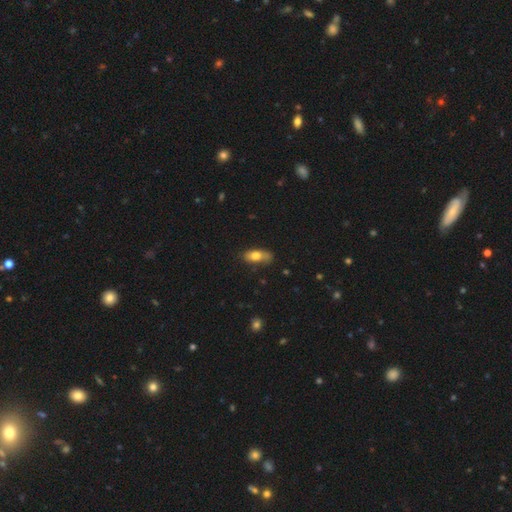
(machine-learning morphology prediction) smooth 75%, featured or disk 18%, star or artifact 7%. Down the decision tree: how rounded — in between (81%); merging — none (63%).